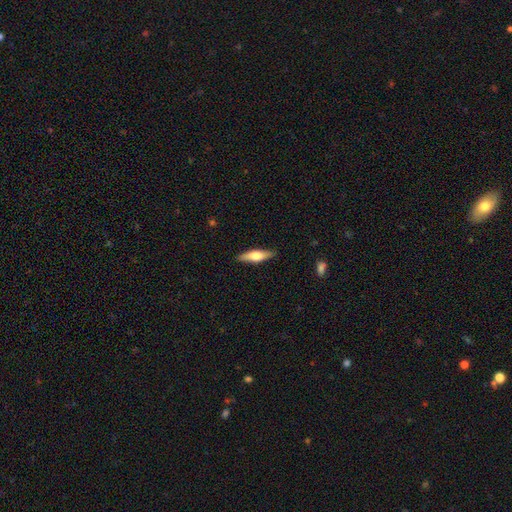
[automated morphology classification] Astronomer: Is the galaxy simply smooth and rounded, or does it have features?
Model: smooth — 50% (runner-up: featured or disk, 45%).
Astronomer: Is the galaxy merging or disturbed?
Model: none — 87%.